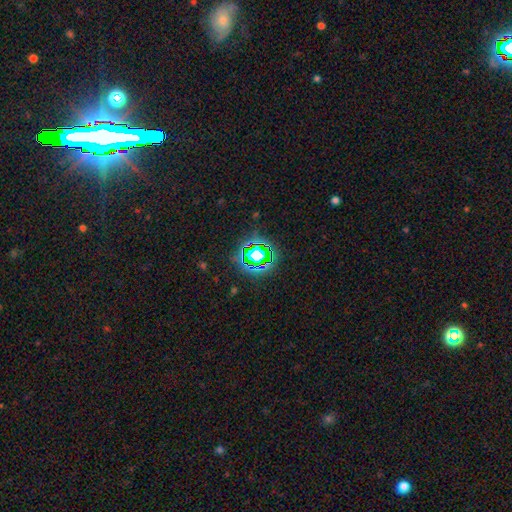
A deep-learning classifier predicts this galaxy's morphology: Smooth or featured: star or artifact — 70% (smooth — 18%)